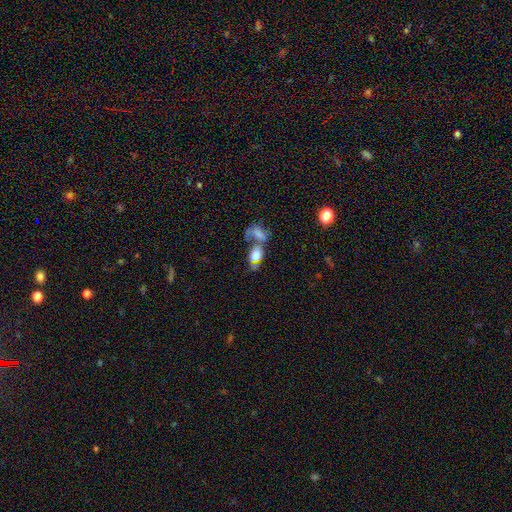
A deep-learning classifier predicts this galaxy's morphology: Smooth or featured: smooth — 63% (featured or disk — 25%)
How rounded: in between — 86% (round — 10%)
Merging: merger — 64% (none — 17%)